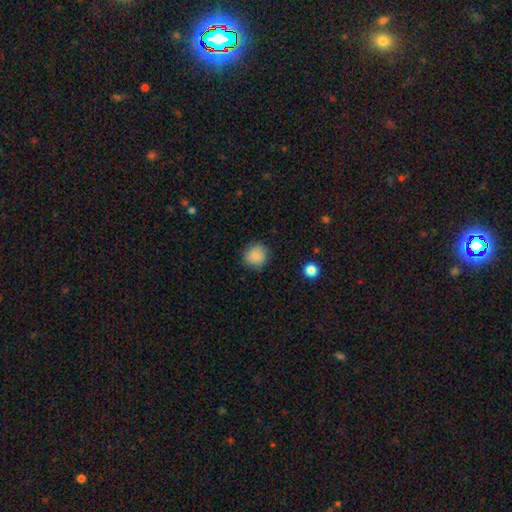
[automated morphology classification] Q: Smooth or featured?
A: smooth (86%); runner-up: star or artifact (9%)
Q: How rounded?
A: round (88%); runner-up: in between (11%)
Q: Merging?
A: none (85%); runner-up: minor disturbance (11%)